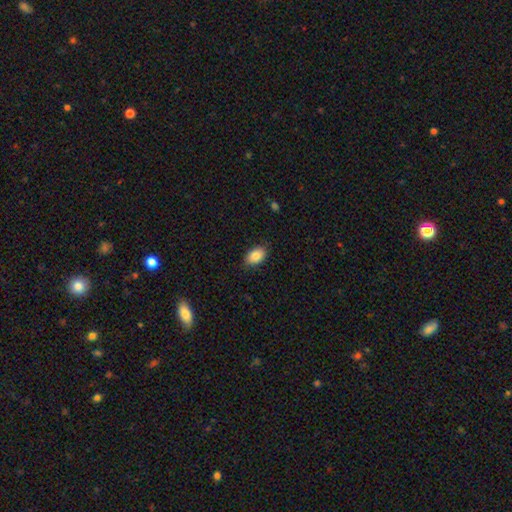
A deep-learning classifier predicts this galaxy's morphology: A smooth galaxy with no disk features (85%) that is in between round and cigar-shaped (89%). Merging: none (82%).